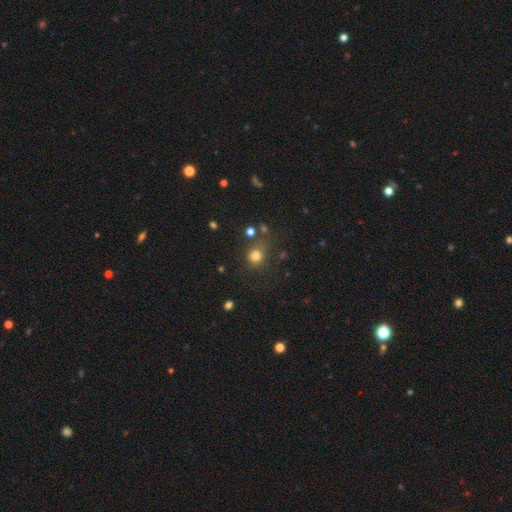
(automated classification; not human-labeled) A smooth galaxy with no disk features (78%) that is round (80%). Merging: none (67%).